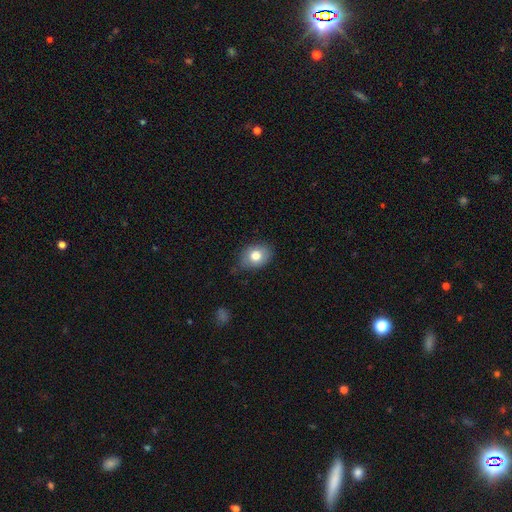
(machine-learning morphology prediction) smooth_or_featured: smooth (p=0.78) [alt: featured or disk p=0.14]
how_rounded: in between (p=0.62) [alt: round p=0.37]
merging: none (p=0.74) [alt: minor disturbance p=0.21]